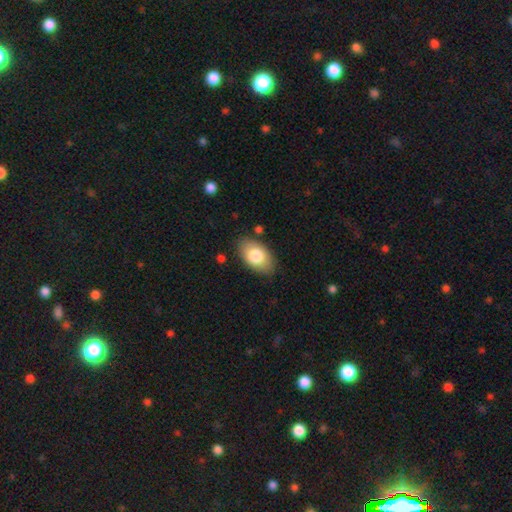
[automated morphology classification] Q: Smooth or featured?
A: smooth (80%); runner-up: featured or disk (14%)
Q: How rounded?
A: in between (92%); runner-up: round (6%)
Q: Merging?
A: none (83%); runner-up: minor disturbance (12%)